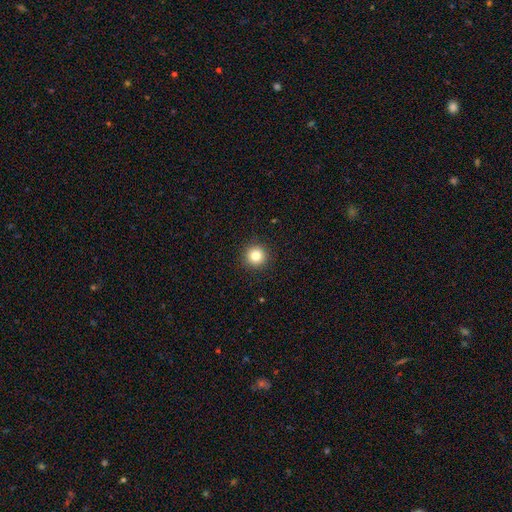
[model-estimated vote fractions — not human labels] This appears to be a smooth galaxy with no disk features (82%) that is round (96%). Merging: none (93%).